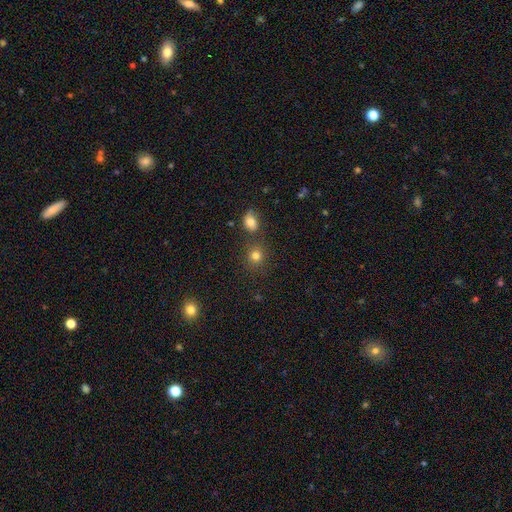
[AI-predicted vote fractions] Overall: smooth (79%). How rounded: round (84%). Merging: none (75%).